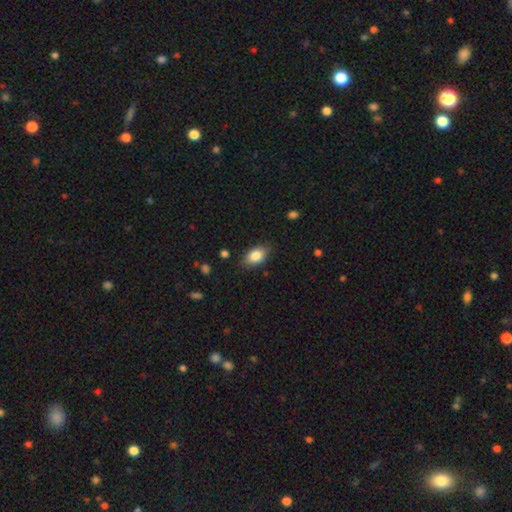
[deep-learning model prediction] Morphology: type=smooth (85%); roundness=in between (88%); merging=none (84%).